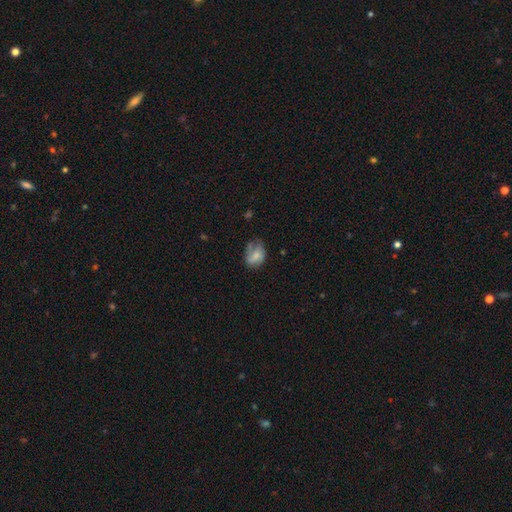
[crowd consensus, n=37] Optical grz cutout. It shows a smooth galaxy with no disk features (49%, tied with featured or disk) that is in between round and cigar-shaped (61%). Merging: none (53%).